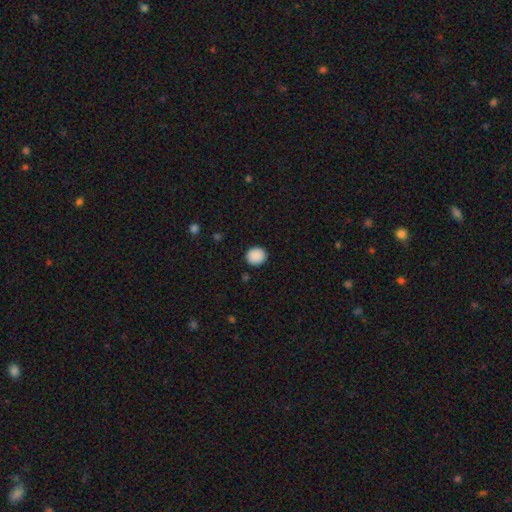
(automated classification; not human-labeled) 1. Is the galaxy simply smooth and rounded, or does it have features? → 89% smooth, 8% star or artifact, 2% featured or disk.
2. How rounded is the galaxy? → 80% round, 19% in between, 1% cigar-shaped.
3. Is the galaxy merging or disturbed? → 90% none, 7% minor disturbance, 2% major disturbance, 1% merger.